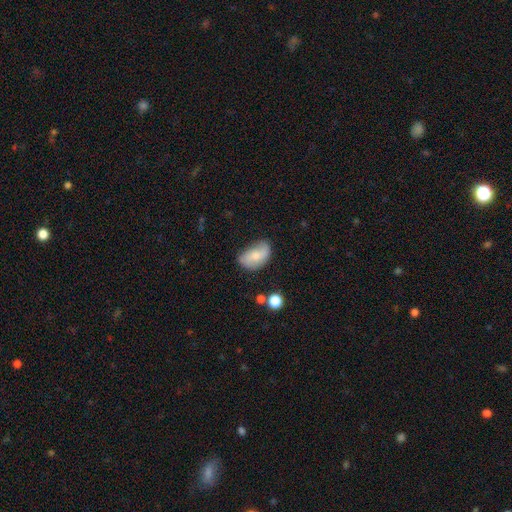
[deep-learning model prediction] This appears to be a smooth galaxy with no disk features (63%) that is in between round and cigar-shaped (89%). Merging: none (53%).